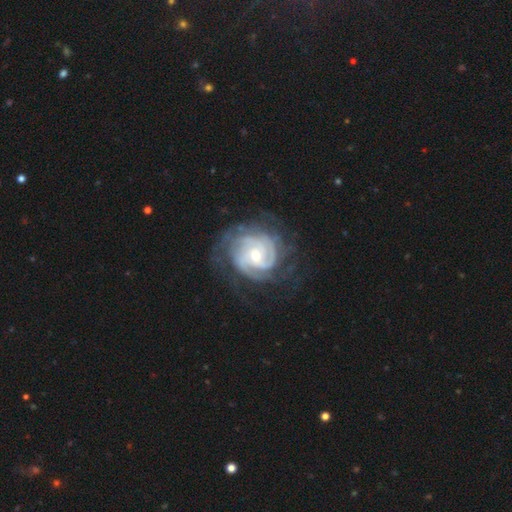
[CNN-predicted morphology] This is clearly a featured or disk galaxy (90%). It is clearly not viewed edge-on (98%). Bar: likely no (63%). Spiral arm pattern: clearly yes (98%). Spiral arm count: marginally 3 (30%). Spiral winding: likely tight (69%). Central bulge: possibly moderate (49%). Merging: likely none (69%).